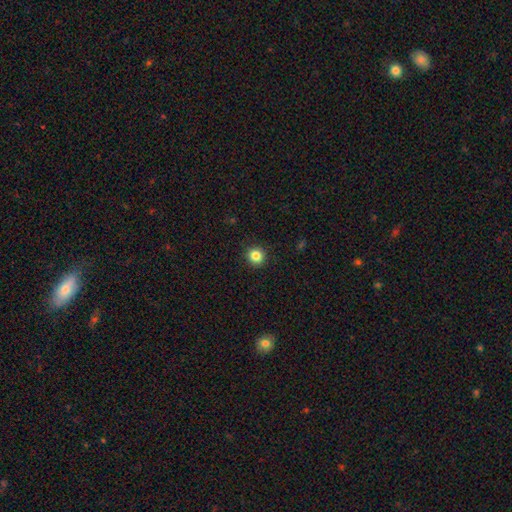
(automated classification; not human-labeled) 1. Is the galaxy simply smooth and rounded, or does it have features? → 84% smooth, 11% star or artifact, 5% featured or disk.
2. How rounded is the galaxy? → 93% round, 6% in between, 1% cigar-shaped.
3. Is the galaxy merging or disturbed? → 92% none, 5% minor disturbance, 2% major disturbance, 1% merger.